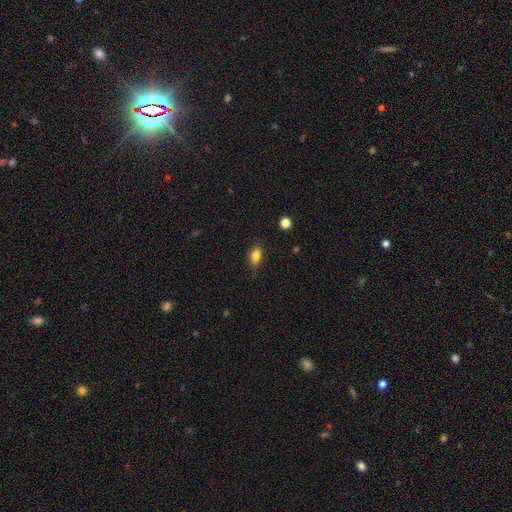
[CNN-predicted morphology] Smooth or featured? Predicted: smooth (p=0.82). How rounded? Predicted: in between (p=0.85). Merging? Predicted: none (p=0.82).